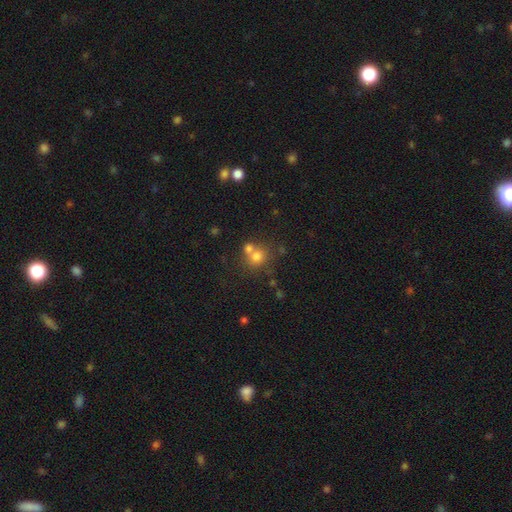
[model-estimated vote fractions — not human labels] Overall: smooth (70%). How rounded: round (84%). Merging: none (51%; merger 38%).